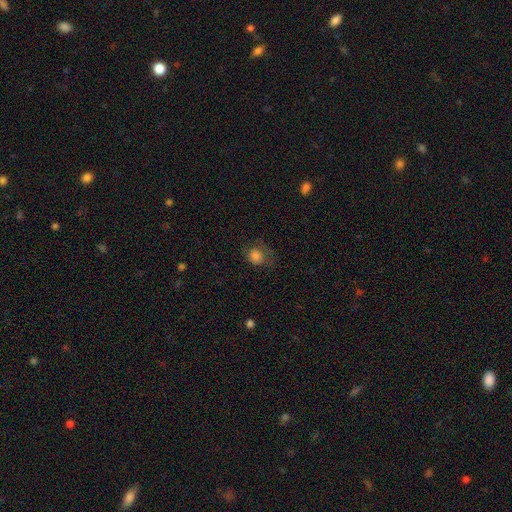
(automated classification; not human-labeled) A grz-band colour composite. It shows a smooth galaxy with no disk features (79%) that is round (65%). Merging: none (49%).